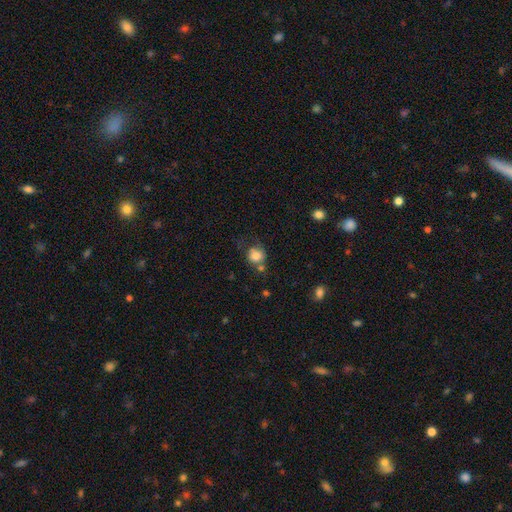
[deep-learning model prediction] smooth-or-featured: smooth: 79% | featured or disk: 11% | star or artifact: 10%
  how-rounded: round: 82% | in between: 17% | cigar-shaped: 1%
  merging: none: 51% | minor disturbance: 21% | merger: 18% | major disturbance: 9%